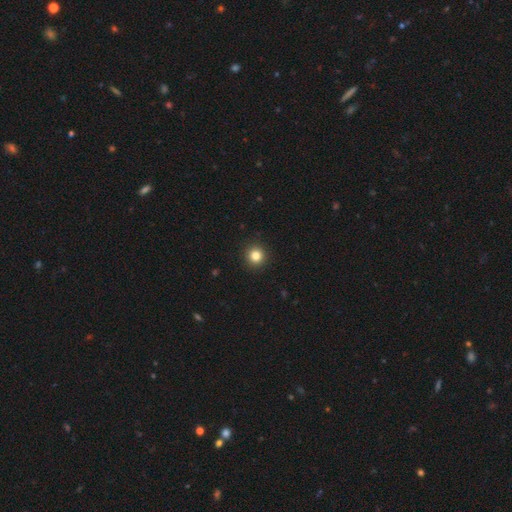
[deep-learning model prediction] Smooth or featured: smooth — 83% (star or artifact — 12%)
How rounded: round — 95% (in between — 4%)
Merging: none — 93% (minor disturbance — 4%)